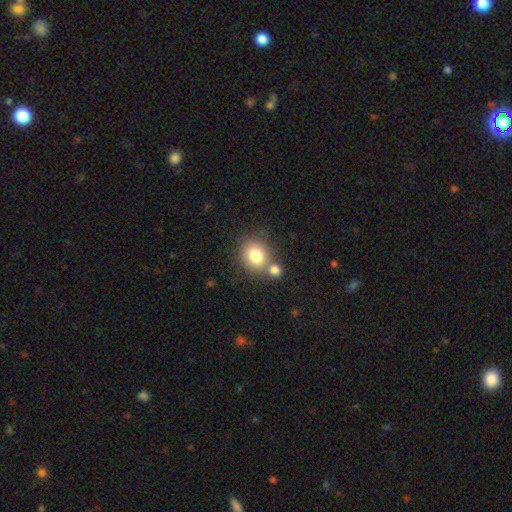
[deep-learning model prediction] Smooth or featured? Predicted: smooth (p=0.79). How rounded? Predicted: round (p=0.73). Merging? Predicted: none (p=0.57).